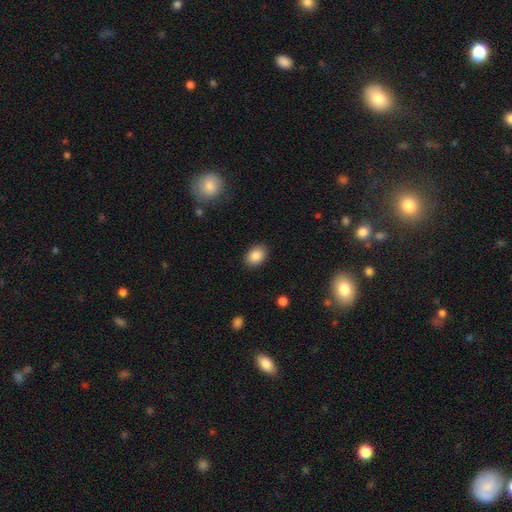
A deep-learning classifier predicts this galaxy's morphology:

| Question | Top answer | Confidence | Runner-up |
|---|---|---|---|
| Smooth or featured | smooth | 87% | star or artifact (8%) |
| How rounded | in between | 75% | round (24%) |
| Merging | none | 88% | minor disturbance (9%) |